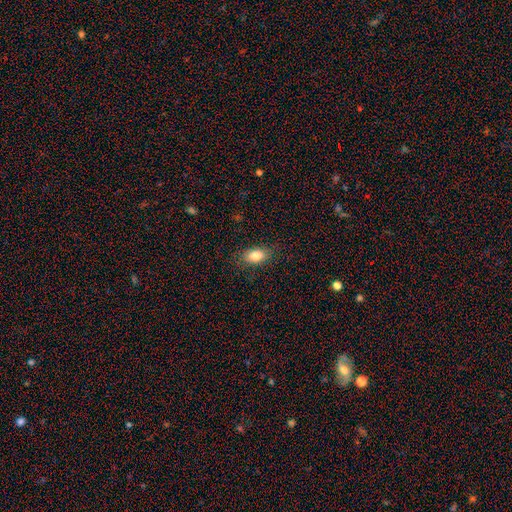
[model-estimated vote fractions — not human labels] Smooth or featured?
  - smooth: 83% *
  - featured or disk: 9%
  - star or artifact: 8%
How rounded?
  - in between: 89% *
  - round: 6%
  - cigar-shaped: 5%
Merging?
  - none: 83% *
  - minor disturbance: 12%
  - major disturbance: 4%
  - merger: 1%